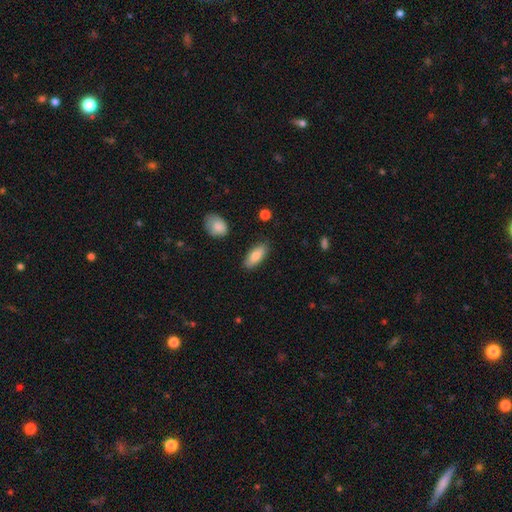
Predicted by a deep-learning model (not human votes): smooth_or_featured: smooth (p=0.83) [alt: featured or disk p=0.11]
how_rounded: in between (p=0.80) [alt: cigar-shaped p=0.18]
merging: none (p=0.85) [alt: minor disturbance p=0.11]